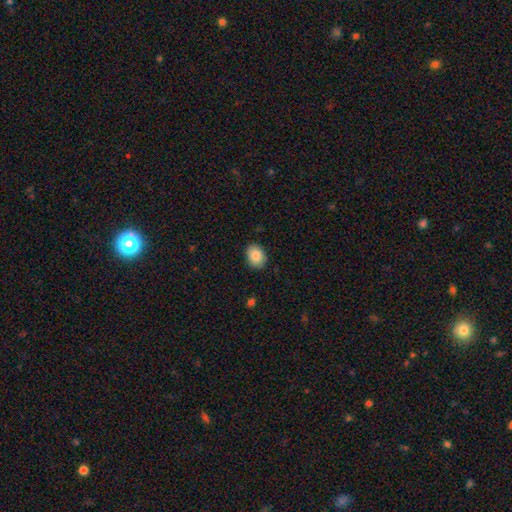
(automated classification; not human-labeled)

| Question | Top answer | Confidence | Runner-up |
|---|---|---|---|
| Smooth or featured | smooth | 88% | star or artifact (7%) |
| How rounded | in between | 69% | round (30%) |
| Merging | none | 87% | minor disturbance (9%) |